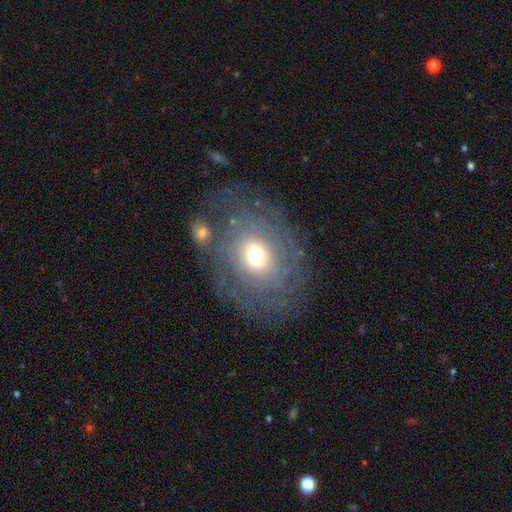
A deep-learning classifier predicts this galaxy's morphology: featured or disk 72%, smooth 19%, star or artifact 9%. Down the decision tree: edge-on disk — no (96%); bar — no (67%); spiral arms — yes (82%); spiral arm count — can't tell (53%); spiral winding — tight (64%); bulge size — moderate (56%); merging — none (63%).